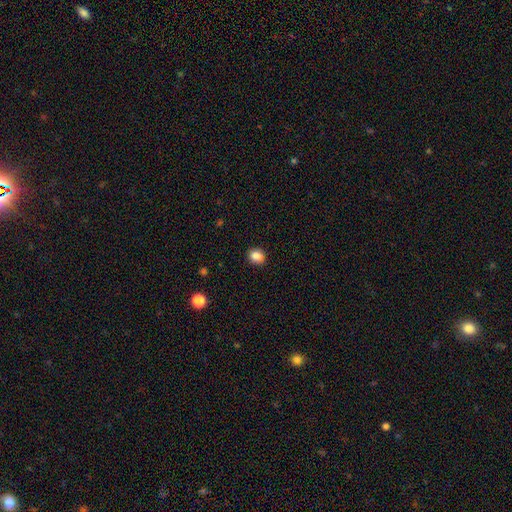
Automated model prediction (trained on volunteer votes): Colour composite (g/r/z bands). It shows a smooth galaxy with no disk features (86%) that is round (75%). Merging: none (90%).